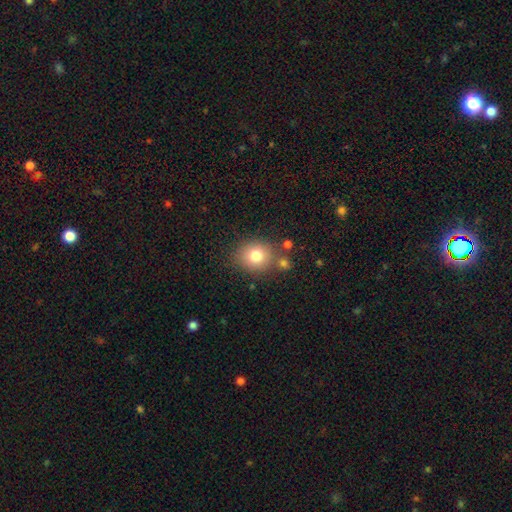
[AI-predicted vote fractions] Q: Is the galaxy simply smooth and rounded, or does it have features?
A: smooth — 79%.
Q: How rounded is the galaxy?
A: round — 74%.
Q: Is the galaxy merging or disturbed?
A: none — 75%.